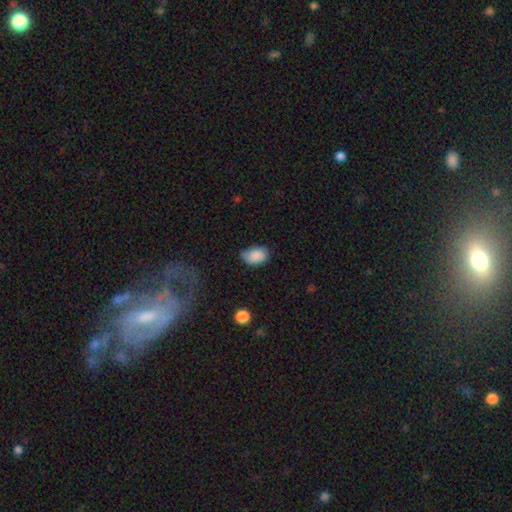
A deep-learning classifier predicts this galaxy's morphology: smooth-or-featured: smooth: 86% | star or artifact: 8% | featured or disk: 6%
  how-rounded: in between: 88% | round: 11% | cigar-shaped: 1%
  merging: none: 59% | minor disturbance: 33% | major disturbance: 6% | merger: 2%